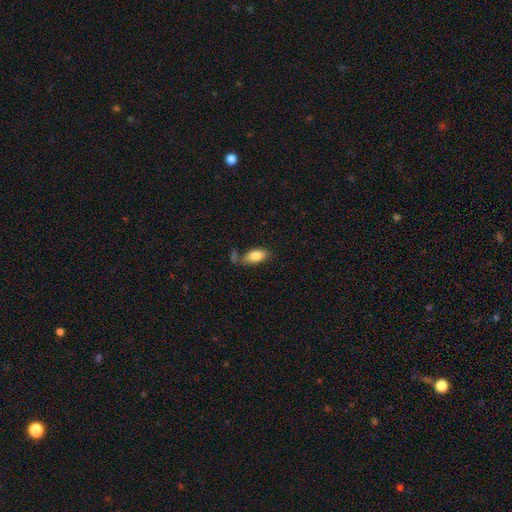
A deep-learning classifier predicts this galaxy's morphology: Smooth or featured? Predicted: smooth (p=0.82). How rounded? Predicted: in between (p=0.90). Merging? Predicted: none (p=0.64).